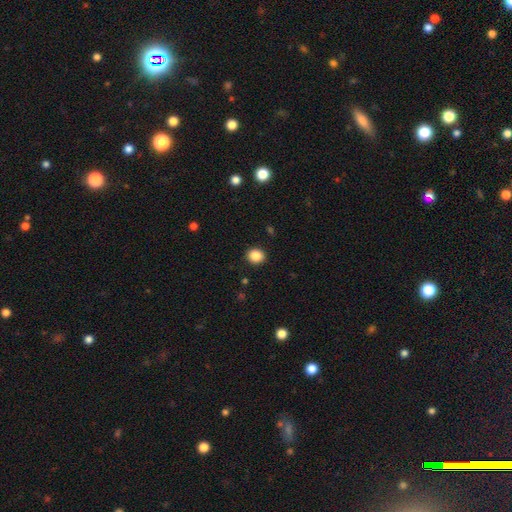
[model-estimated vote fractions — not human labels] smooth_or_featured: smooth (p=0.86) [alt: star or artifact p=0.10]
how_rounded: round (p=0.74) [alt: in between p=0.26]
merging: none (p=0.91) [alt: minor disturbance p=0.06]